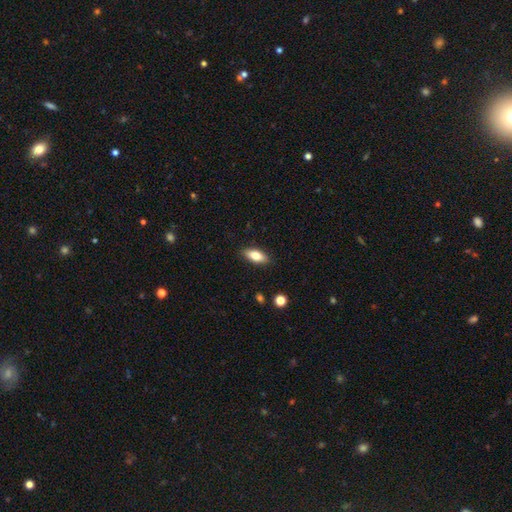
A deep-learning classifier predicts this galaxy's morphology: smooth_or_featured: smooth (p=0.77) [alt: featured or disk p=0.16]
how_rounded: in between (p=0.82) [alt: cigar-shaped p=0.15]
merging: none (p=0.88) [alt: minor disturbance p=0.09]